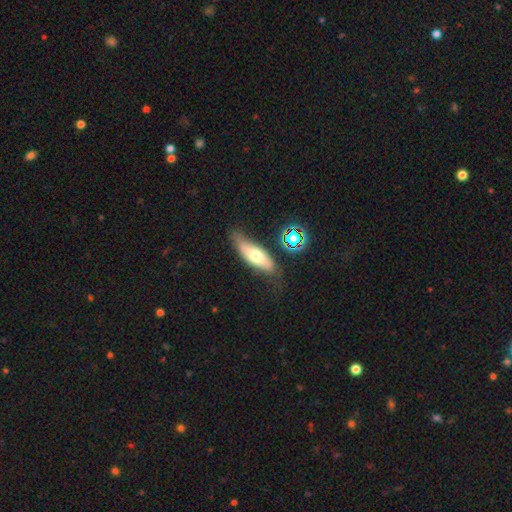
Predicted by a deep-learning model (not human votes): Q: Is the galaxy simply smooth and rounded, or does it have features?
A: smooth — 56%.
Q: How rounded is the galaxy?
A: in between — 56%.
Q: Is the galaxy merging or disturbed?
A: none — 61%.